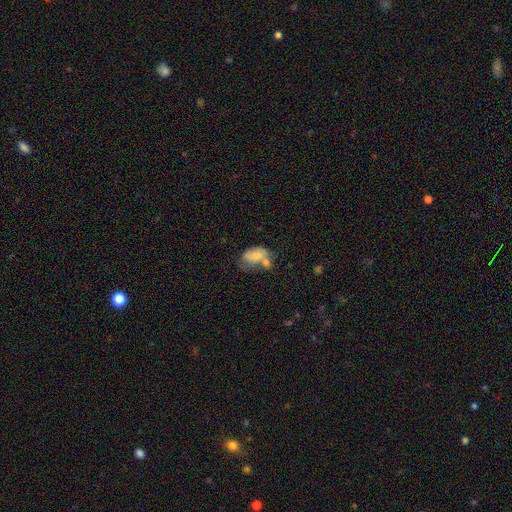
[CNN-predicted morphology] smooth-or-featured: smooth: 70% | featured or disk: 22% | star or artifact: 9%
  how-rounded: in between: 88% | round: 11% | cigar-shaped: 2%
  merging: merger: 41% | none: 23% | minor disturbance: 21% | major disturbance: 15%